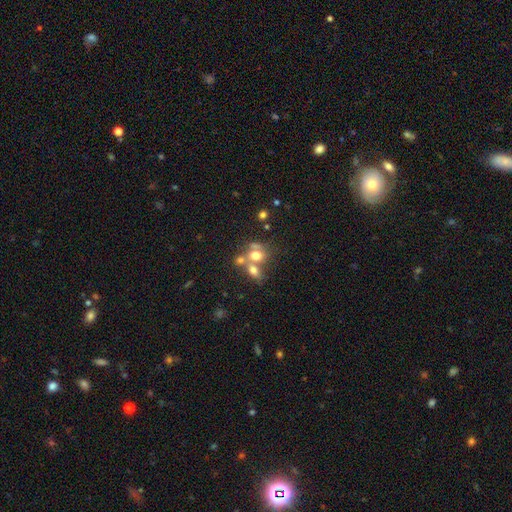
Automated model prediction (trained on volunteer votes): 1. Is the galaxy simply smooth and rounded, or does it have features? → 64% smooth, 22% featured or disk, 14% star or artifact.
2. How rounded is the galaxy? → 50% in between, 49% round, 2% cigar-shaped.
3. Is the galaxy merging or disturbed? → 56% merger, 29% none, 9% minor disturbance, 7% major disturbance.